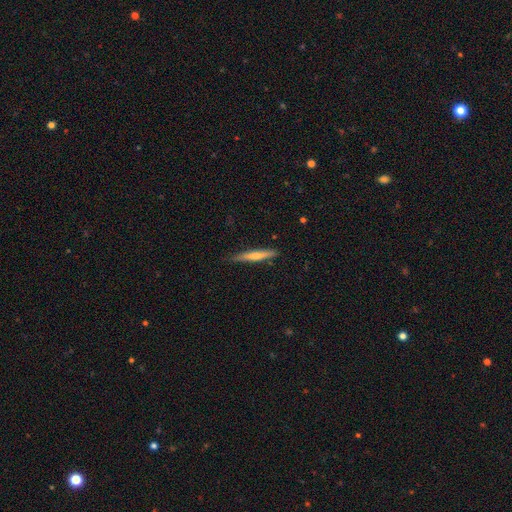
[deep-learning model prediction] Overall: featured or disk (52%; smooth 42%). Edge-on disk: yes (96%). Merging: none (86%).